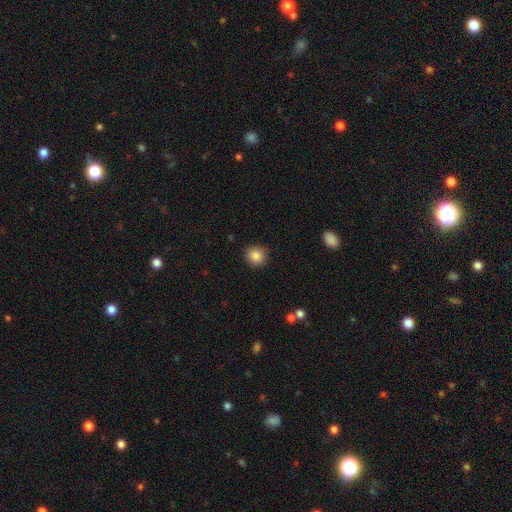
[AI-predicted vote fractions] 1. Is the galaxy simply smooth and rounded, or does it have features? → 86% smooth, 9% star or artifact, 4% featured or disk.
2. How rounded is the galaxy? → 90% round, 9% in between, 1% cigar-shaped.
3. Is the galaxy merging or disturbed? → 89% none, 7% minor disturbance, 2% major disturbance, 1% merger.